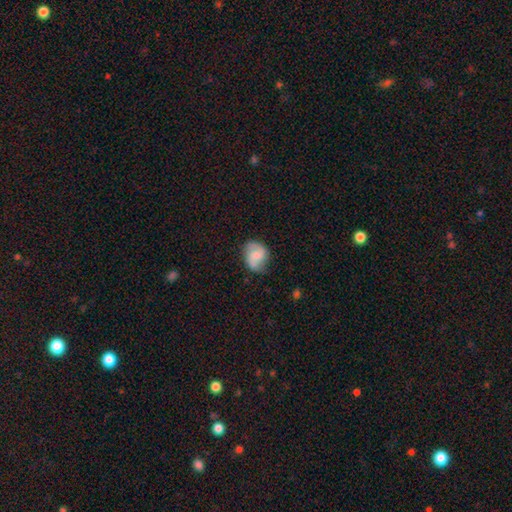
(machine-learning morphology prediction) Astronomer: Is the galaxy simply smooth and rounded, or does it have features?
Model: featured or disk — 53% (runner-up: smooth, 40%).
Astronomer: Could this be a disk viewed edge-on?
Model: no — 97%.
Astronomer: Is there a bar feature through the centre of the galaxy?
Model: no — 55% (runner-up: weak, 37%).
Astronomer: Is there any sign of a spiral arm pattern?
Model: yes — 89%.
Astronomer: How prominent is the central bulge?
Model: small — 40%, tied with moderate at 40%.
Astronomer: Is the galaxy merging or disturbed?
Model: none — 69%.